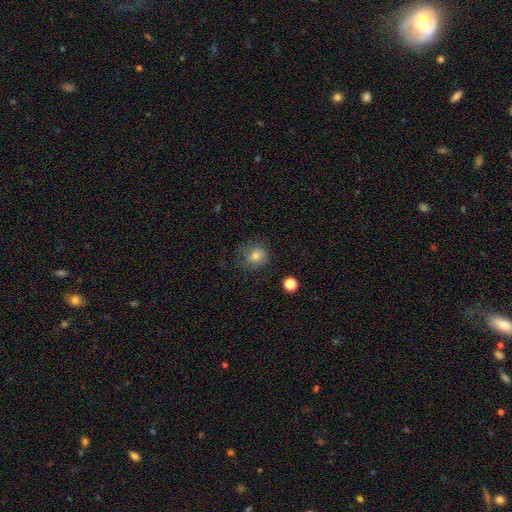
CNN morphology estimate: This is likely a smooth galaxy (76%). How rounded: clearly round (80%). Merging: likely none (70%).